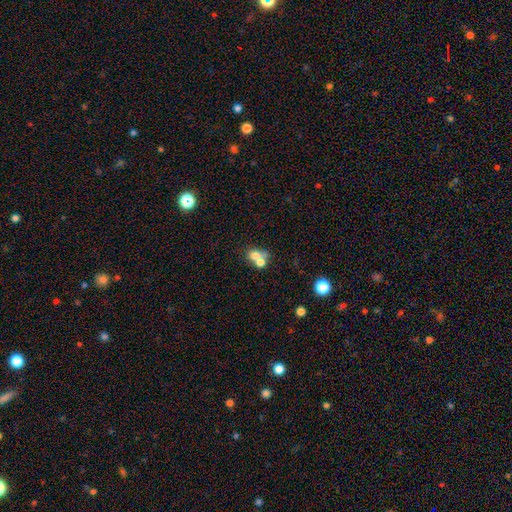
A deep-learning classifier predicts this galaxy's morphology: Smooth or featured: smooth — 67% (featured or disk — 21%)
How rounded: round — 57% (in between — 41%)
Merging: merger — 63% (none — 26%)